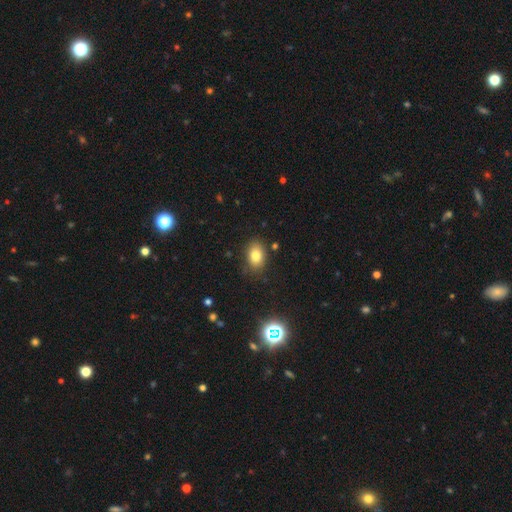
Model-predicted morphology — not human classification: Smooth or featured?
  - smooth: 79% *
  - star or artifact: 11%
  - featured or disk: 10%
How rounded?
  - in between: 81% *
  - round: 18%
  - cigar-shaped: 1%
Merging?
  - none: 83% *
  - minor disturbance: 12%
  - major disturbance: 3%
  - merger: 2%